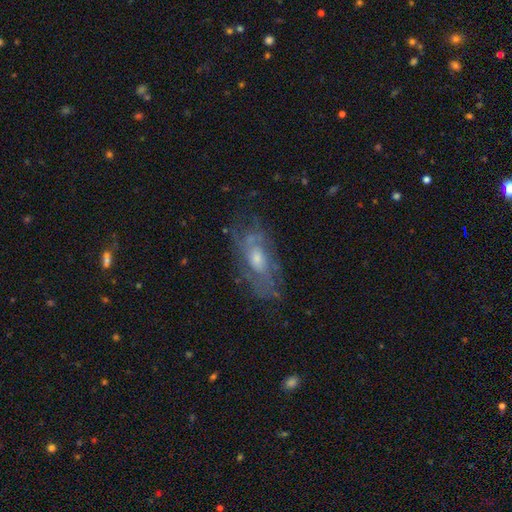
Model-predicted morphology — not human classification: featured or disk 59%, smooth 27%, star or artifact 14%. Down the decision tree: edge-on disk — no (83%); merging — none (70%).